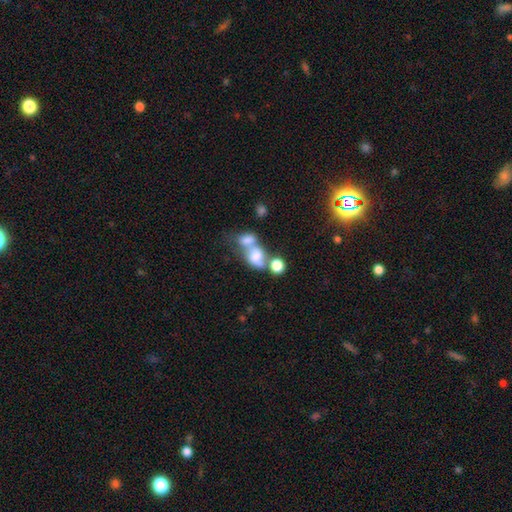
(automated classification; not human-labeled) This appears to be a smooth galaxy with no disk features (64%) that is in between round and cigar-shaped (69%). Merging: merger (64%).